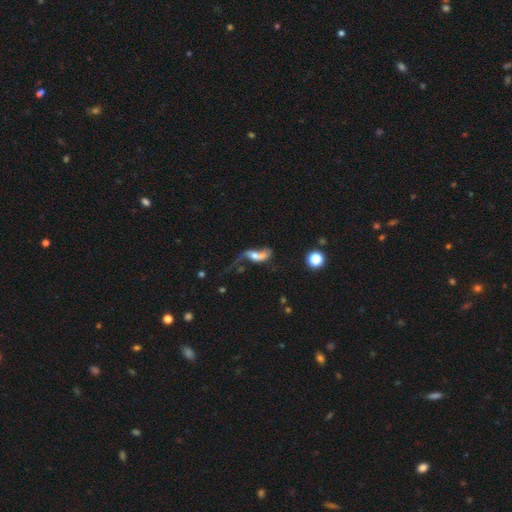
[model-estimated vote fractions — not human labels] Q: Smooth or featured?
A: featured or disk (64%); runner-up: smooth (25%)
Q: Edge-on disk?
A: no (90%); runner-up: yes (10%)
Q: Bar?
A: no (57%); runner-up: weak (30%)
Q: Spiral arms?
A: yes (74%); runner-up: no (26%)
Q: Bulge size?
A: moderate (45%); runner-up: small (27%)
Q: Merging?
A: major disturbance (35%); runner-up: merger (27%)